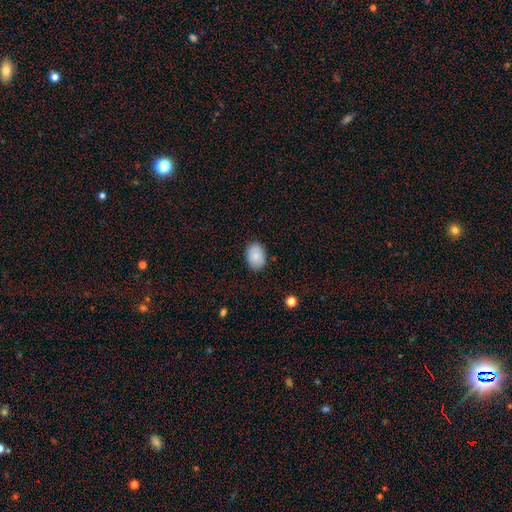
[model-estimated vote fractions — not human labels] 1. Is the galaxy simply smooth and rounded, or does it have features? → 85% smooth, 8% featured or disk, 7% star or artifact.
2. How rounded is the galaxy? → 83% in between, 16% round, 1% cigar-shaped.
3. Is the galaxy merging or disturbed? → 86% none, 10% minor disturbance, 2% major disturbance, 1% merger.